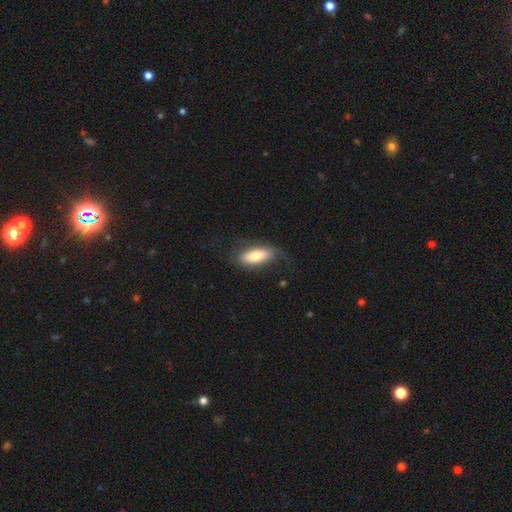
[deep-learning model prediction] Morphology: type=smooth (66%); roundness=in between (81%); merging=none (58%).